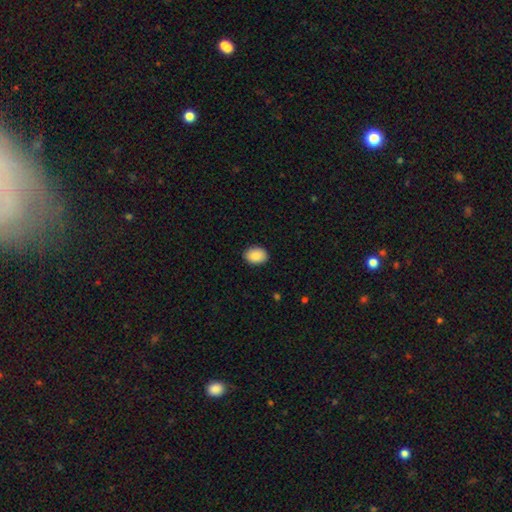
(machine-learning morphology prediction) Smooth or featured?
  - smooth: 90% *
  - star or artifact: 7%
  - featured or disk: 3%
How rounded?
  - in between: 75% *
  - round: 24%
  - cigar-shaped: 1%
Merging?
  - none: 90% *
  - minor disturbance: 7%
  - major disturbance: 2%
  - merger: 1%